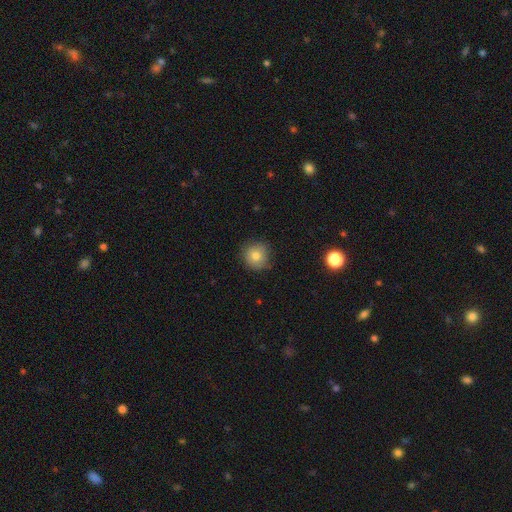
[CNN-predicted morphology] Q: Smooth or featured?
A: smooth (79%); runner-up: featured or disk (11%)
Q: How rounded?
A: round (91%); runner-up: in between (8%)
Q: Merging?
A: none (79%); runner-up: minor disturbance (17%)